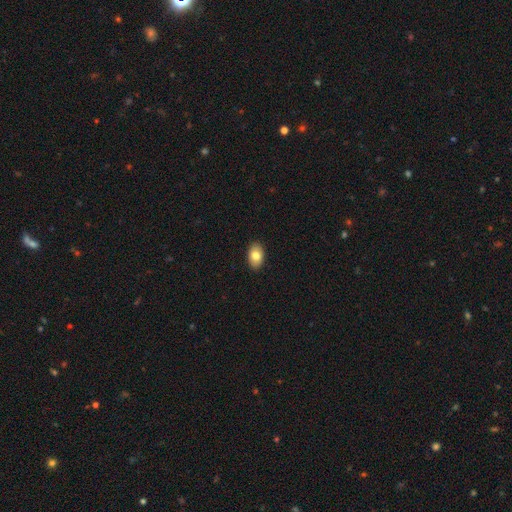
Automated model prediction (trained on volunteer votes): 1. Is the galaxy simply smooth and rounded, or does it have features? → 81% smooth, 12% featured or disk, 7% star or artifact.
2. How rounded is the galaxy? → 90% in between, 9% round, 1% cigar-shaped.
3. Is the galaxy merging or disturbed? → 91% none, 7% minor disturbance, 2% major disturbance, 1% merger.